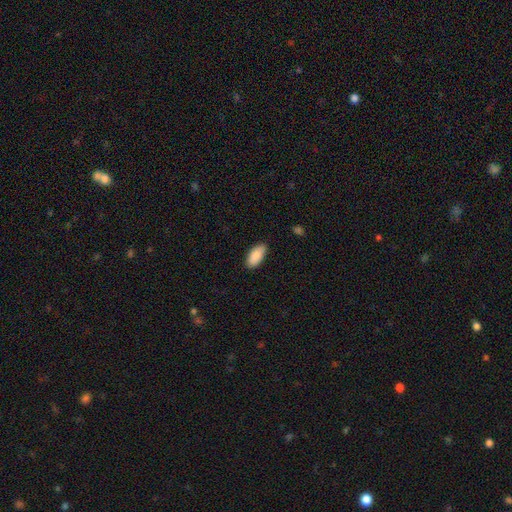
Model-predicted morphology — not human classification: Smooth or featured? smooth (90%)
How rounded? in between (91%)
Merging? none (85%)